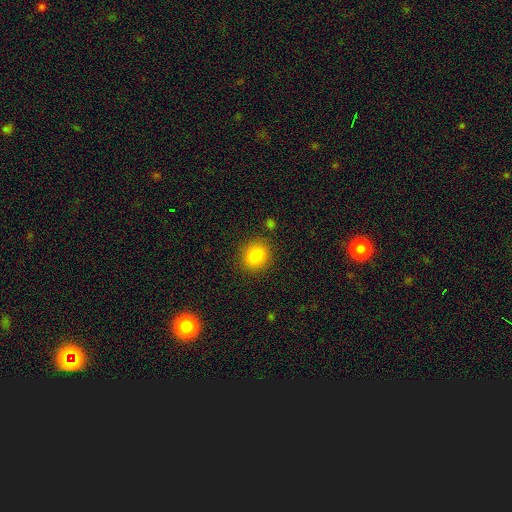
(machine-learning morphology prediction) Smooth or featured? smooth (83%)
How rounded? round (74%)
Merging? none (87%)